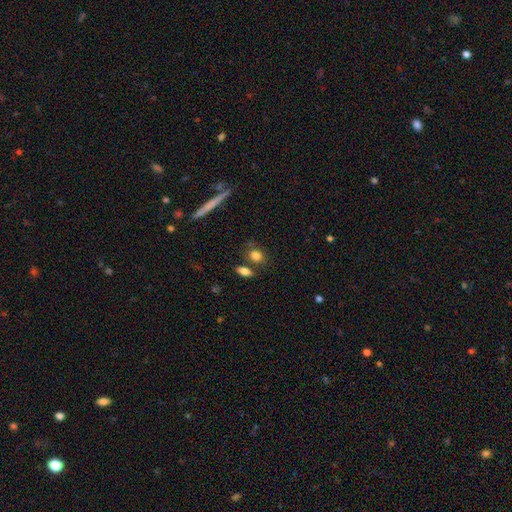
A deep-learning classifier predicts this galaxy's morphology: A smooth galaxy with no disk features (83%) that is in between round and cigar-shaped (56%). Merging: none (67%).